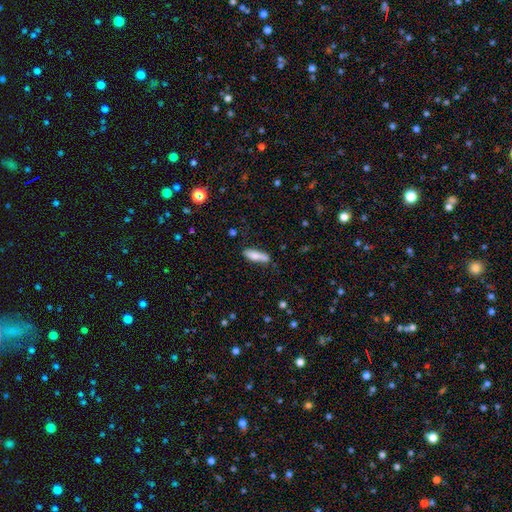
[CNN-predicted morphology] Smooth or featured: smooth — 80% (featured or disk — 13%)
How rounded: cigar-shaped — 55% (in between — 43%)
Merging: none — 64% (minor disturbance — 21%)